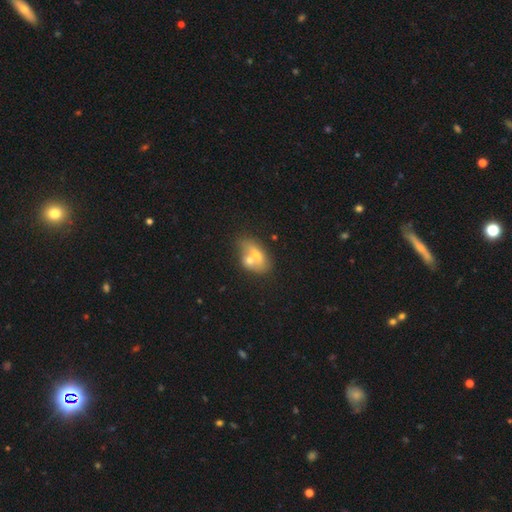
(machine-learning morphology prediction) Smooth or featured: smooth — 56% (featured or disk — 34%)
How rounded: in between — 77% (round — 18%)
Merging: merger — 56% (none — 29%)